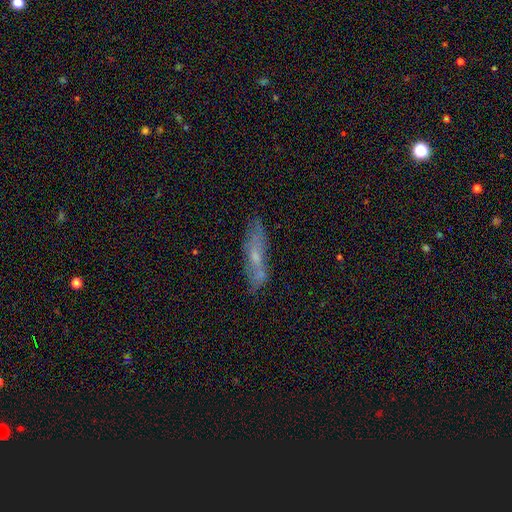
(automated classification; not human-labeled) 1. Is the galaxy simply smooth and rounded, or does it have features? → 45% featured or disk, 44% smooth, 11% star or artifact.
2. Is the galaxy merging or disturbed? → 64% none, 21% minor disturbance, 8% merger, 7% major disturbance.